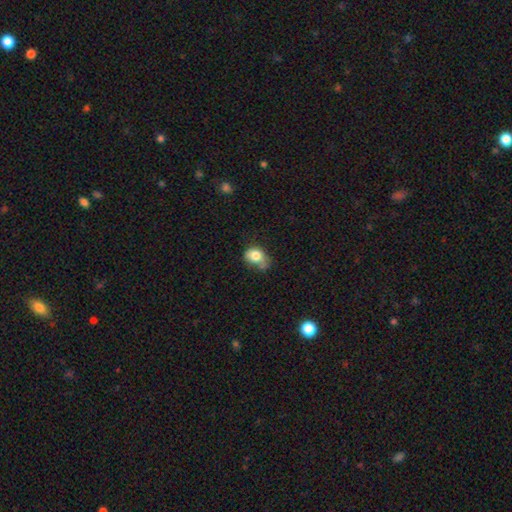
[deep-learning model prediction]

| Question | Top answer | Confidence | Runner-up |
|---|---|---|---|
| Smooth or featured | smooth | 79% | featured or disk (12%) |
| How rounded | in between | 62% | round (37%) |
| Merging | minor disturbance | 38% | none (33%) |